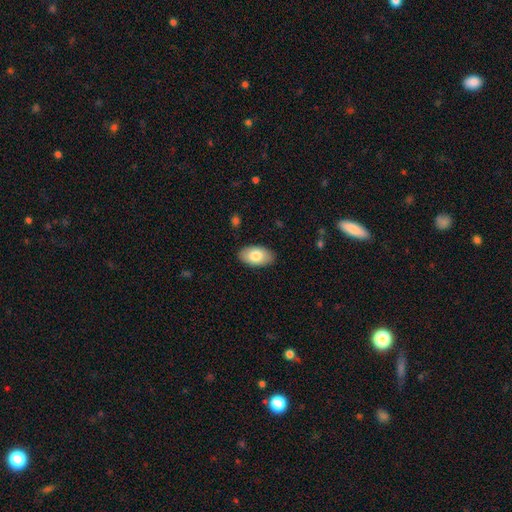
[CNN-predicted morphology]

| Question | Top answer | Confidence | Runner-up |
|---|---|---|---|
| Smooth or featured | smooth | 81% | featured or disk (14%) |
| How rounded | in between | 94% | round (4%) |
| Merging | none | 87% | minor disturbance (10%) |